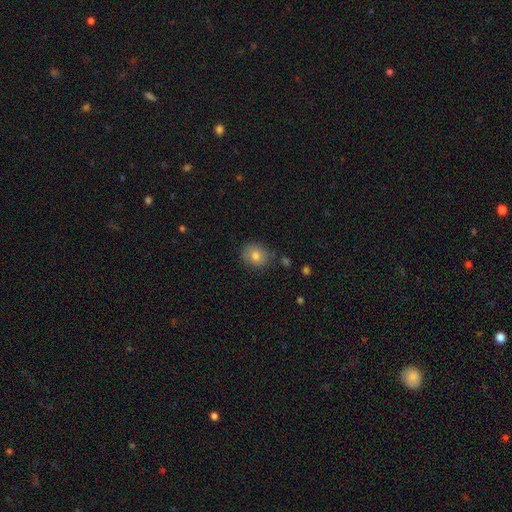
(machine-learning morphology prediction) This appears to be a smooth galaxy with no disk features (79%) that is round (72%). Merging: none (81%).